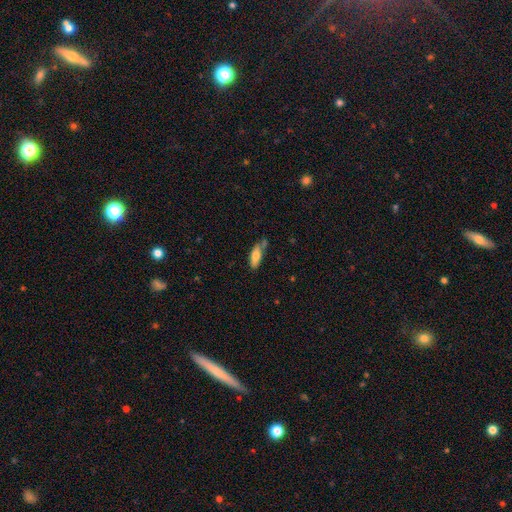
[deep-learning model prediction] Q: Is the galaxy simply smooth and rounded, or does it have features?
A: smooth — 72%.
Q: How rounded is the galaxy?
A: in between — 61%.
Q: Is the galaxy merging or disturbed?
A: none — 59%.